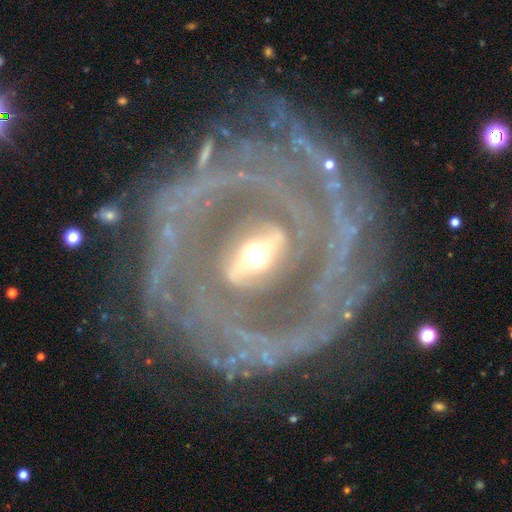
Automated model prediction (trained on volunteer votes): Smooth or featured? Predicted: featured or disk (p=0.83). Edge-on disk? Predicted: no (p=0.86). Bar? Predicted: strong (p=0.71). Spiral arms? Predicted: yes (p=0.80). Spiral winding? Predicted: tight (p=0.46). Spiral arm count? Predicted: 2 (p=0.66). Bulge size? Predicted: moderate (p=0.64). Merging? Predicted: none (p=0.69).